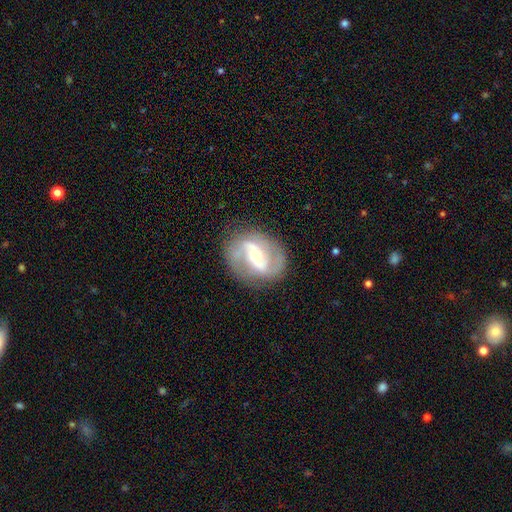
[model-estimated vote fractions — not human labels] Morphology: type=featured or disk (85%); edge-on=no (97%); bar=strong (40%); spiral arms=yes (92%); winding=medium (49%); arm count=2 (89%); bulge=moderate (58%); merging=none (82%).